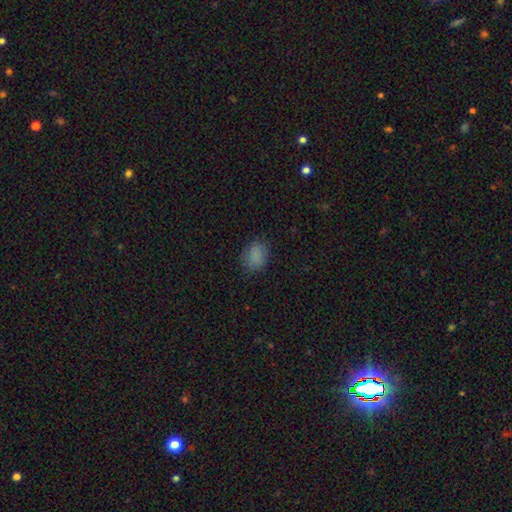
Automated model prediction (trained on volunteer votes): A smooth galaxy with no disk features (85%) that is in between round and cigar-shaped (70%). Merging: none (79%).